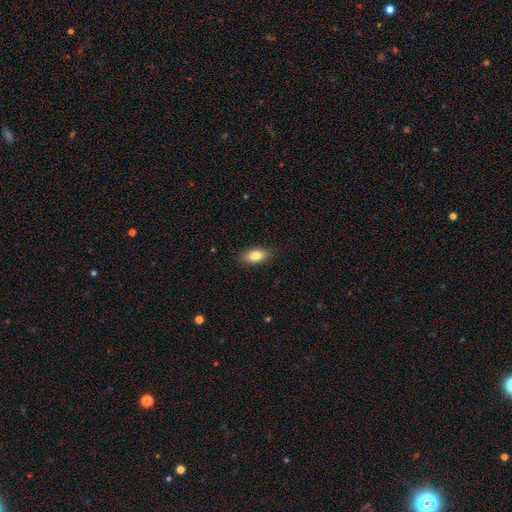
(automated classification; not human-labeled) This is clearly a smooth galaxy (81%). How rounded: clearly in between (87%). Merging: clearly none (87%).